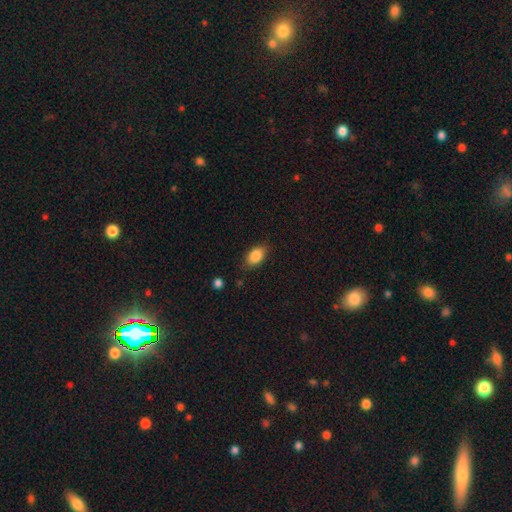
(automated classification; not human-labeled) smooth-or-featured: smooth: 85% | star or artifact: 8% | featured or disk: 7%
  how-rounded: in between: 87% | round: 10% | cigar-shaped: 3%
  merging: none: 82% | minor disturbance: 14% | major disturbance: 3% | merger: 1%